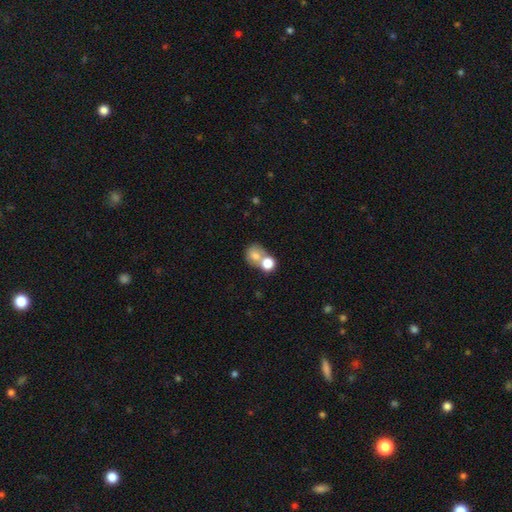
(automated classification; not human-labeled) A smooth galaxy with no disk features (73%) that is round (65%).

Vote fractions:
- Smooth or featured? smooth: 73% / featured or disk: 16% / star or artifact: 11%
- How rounded? round: 65% / in between: 34% / cigar-shaped: 1%
- Merging? merger: 58% / none: 29% / minor disturbance: 8% / major disturbance: 5%